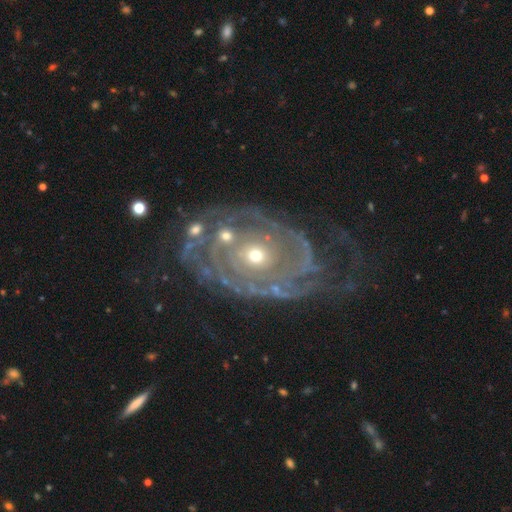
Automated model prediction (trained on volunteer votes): The model was most divided on "spiral arm count": can't tell: 28%, 2: 21%, 3: 17%, 4: 13%, more than 4: 12%, 1: 9%. More confident: edge-on disk — no (97%); spiral arms — yes (91%); smooth or featured — featured or disk (87%); bar — no (85%); spiral winding — tight (71%); bulge size — small (59%); merging — none (56%).